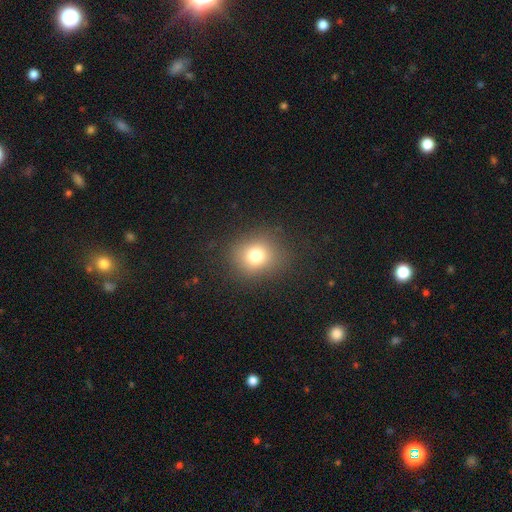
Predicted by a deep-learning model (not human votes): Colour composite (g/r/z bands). It shows a smooth galaxy with no disk features (76%) that is round (76%). Merging: none (84%).